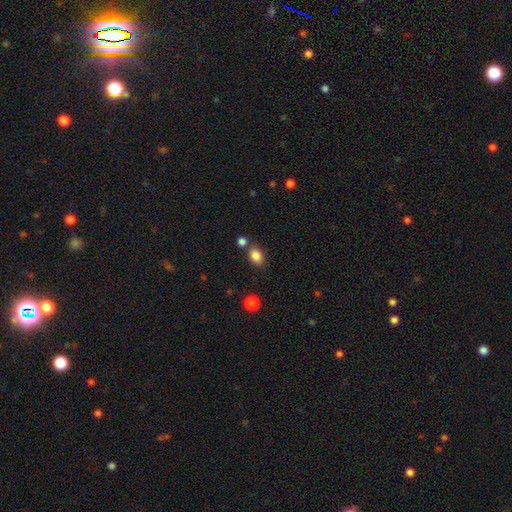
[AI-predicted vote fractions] Smooth or featured: smooth — 85% (star or artifact — 10%)
How rounded: in between — 69% (round — 30%)
Merging: none — 70% (merger — 13%)